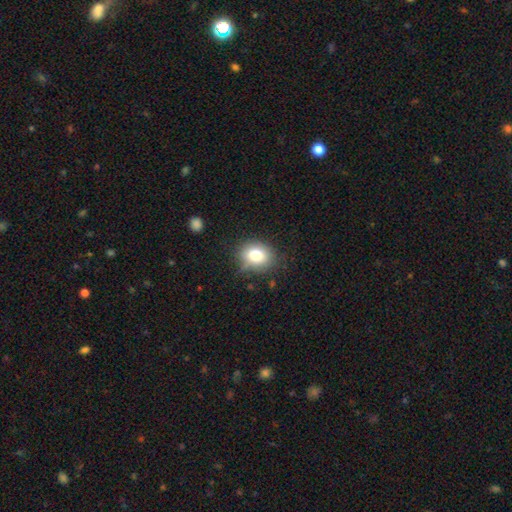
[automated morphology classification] Smooth or featured?
  - smooth: 79% *
  - star or artifact: 11%
  - featured or disk: 10%
How rounded?
  - round: 56% *
  - in between: 43%
  - cigar-shaped: 1%
Merging?
  - none: 77% *
  - minor disturbance: 16%
  - major disturbance: 4%
  - merger: 2%